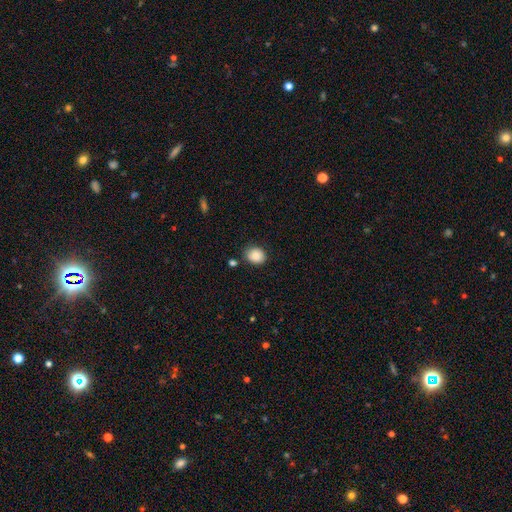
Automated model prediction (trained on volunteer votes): A smooth galaxy with no disk features (87%) that is round (65%). Merging: none (79%).